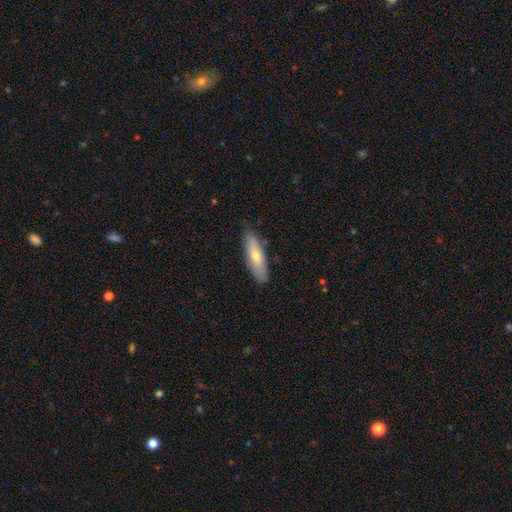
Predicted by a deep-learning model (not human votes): Q: Smooth or featured?
A: smooth (65%); runner-up: featured or disk (29%)
Q: How rounded?
A: cigar-shaped (56%); runner-up: in between (43%)
Q: Merging?
A: none (81%); runner-up: minor disturbance (15%)